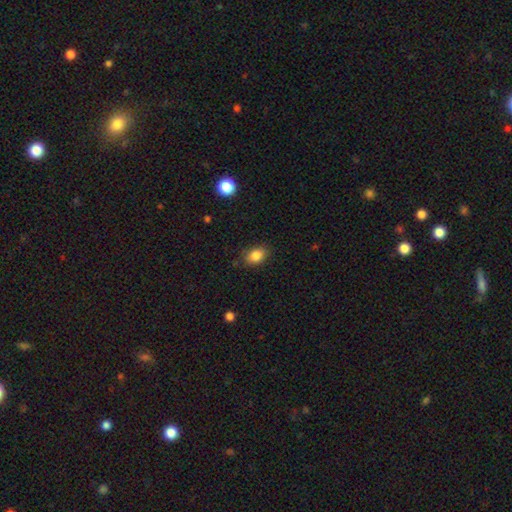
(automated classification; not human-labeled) Overall: smooth (85%). How rounded: in between (75%). Merging: none (83%).